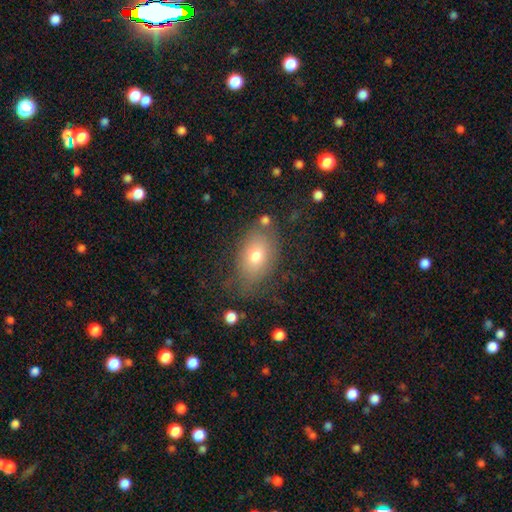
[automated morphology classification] The model was most divided on "merging": none: 66%, minor disturbance: 21%, major disturbance: 9%, merger: 4%. More confident: how rounded — in between (83%); smooth or featured — smooth (71%).